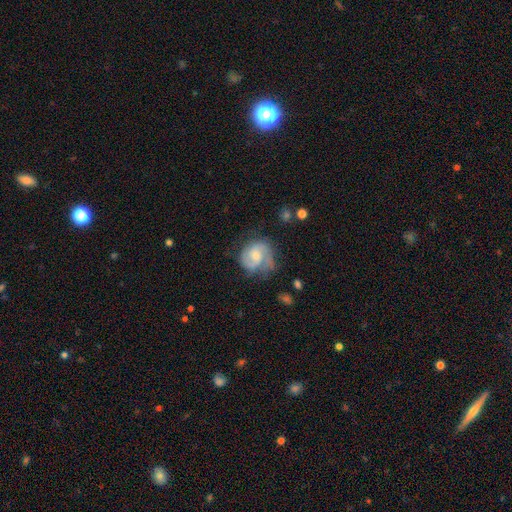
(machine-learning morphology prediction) featured or disk 73%, smooth 21%, star or artifact 6%. Down the decision tree: edge-on disk — no (98%); bar — no (56%); spiral arms — yes (92%); spiral arm count — 2 (66%); spiral winding — medium (45%); bulge size — small (51%); merging — none (54%).